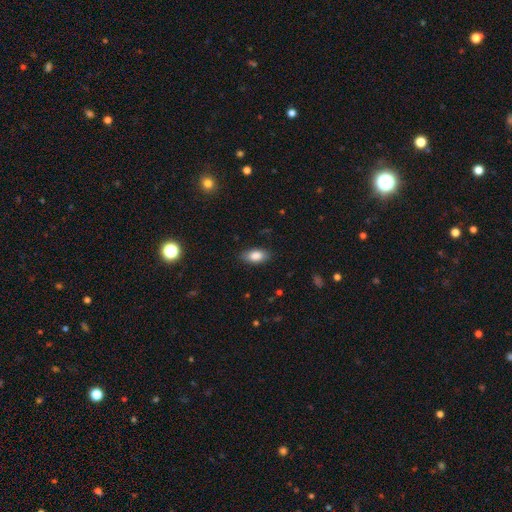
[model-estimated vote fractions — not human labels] Smooth or featured: smooth — 85% (featured or disk — 7%)
How rounded: in between — 91% (cigar-shaped — 5%)
Merging: none — 83% (minor disturbance — 13%)